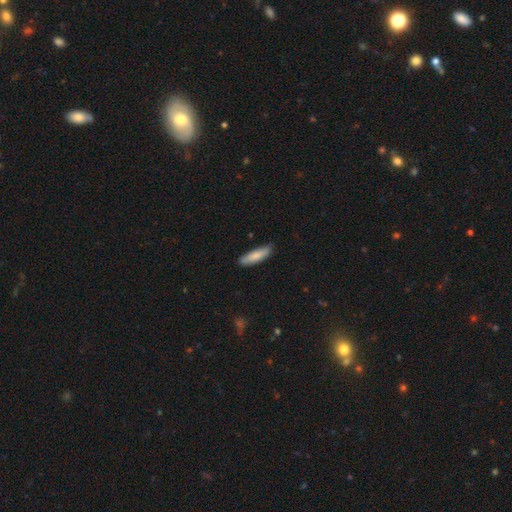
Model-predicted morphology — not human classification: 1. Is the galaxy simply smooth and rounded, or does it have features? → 82% smooth, 12% featured or disk, 5% star or artifact.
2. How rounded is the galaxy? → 63% cigar-shaped, 36% in between, 1% round.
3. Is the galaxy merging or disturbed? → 83% none, 14% minor disturbance, 2% major disturbance, 1% merger.